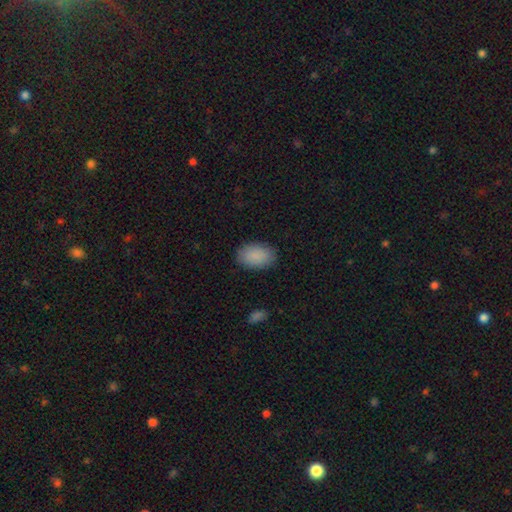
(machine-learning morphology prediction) Smooth or featured?
  - smooth: 89% *
  - star or artifact: 7%
  - featured or disk: 4%
How rounded?
  - in between: 89% *
  - round: 10%
  - cigar-shaped: 1%
Merging?
  - none: 86% *
  - minor disturbance: 10%
  - major disturbance: 3%
  - merger: 1%